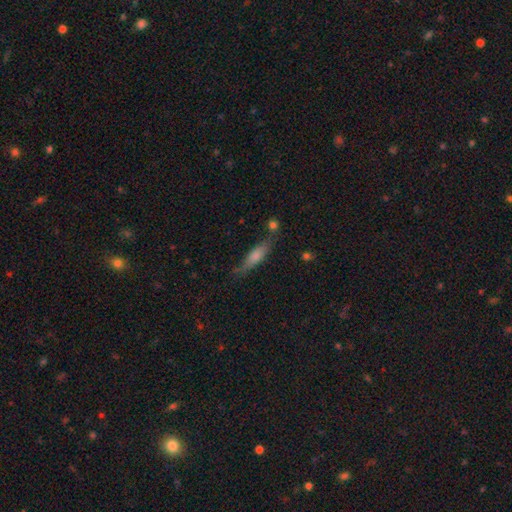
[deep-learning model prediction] This is likely a smooth galaxy (69%). How rounded: likely cigar-shaped (60%). Merging: possibly none (59%).